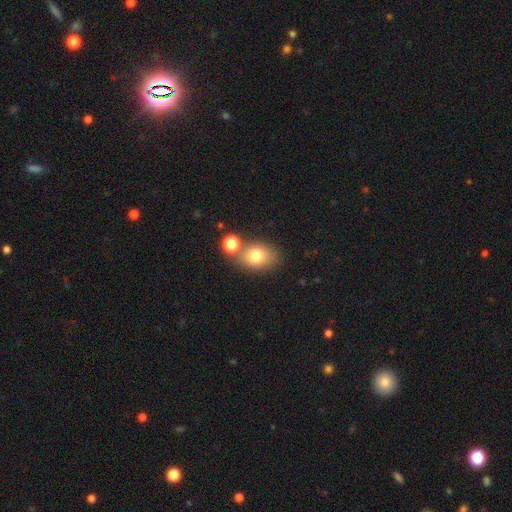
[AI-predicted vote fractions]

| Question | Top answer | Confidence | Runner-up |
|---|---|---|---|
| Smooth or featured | smooth | 76% | featured or disk (13%) |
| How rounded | in between | 69% | round (30%) |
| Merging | none | 63% | merger (19%) |